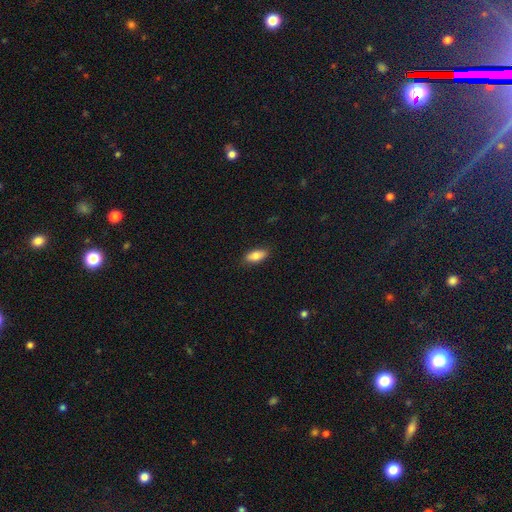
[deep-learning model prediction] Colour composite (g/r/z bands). It shows a smooth galaxy with no disk features (83%) that is in between round and cigar-shaped (86%). Merging: none (86%).